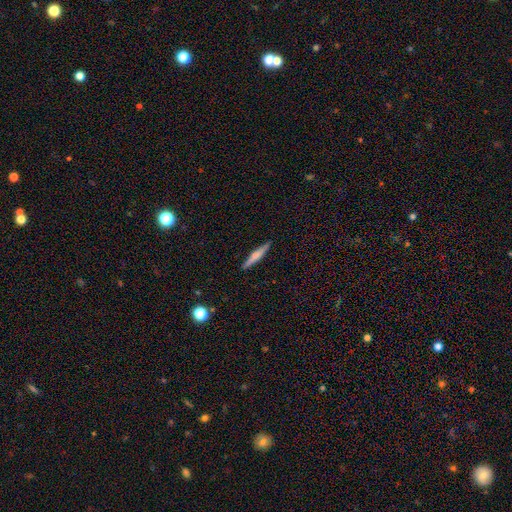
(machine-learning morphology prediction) type=smooth (52%); roundness=cigar-shaped (93%); merging=none (91%).